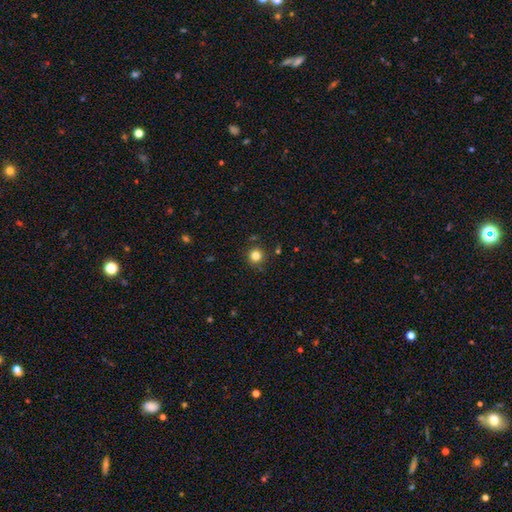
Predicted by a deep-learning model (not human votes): smooth 82%, star or artifact 13%, featured or disk 5%. Down the decision tree: how rounded — round (94%); merging — none (89%).